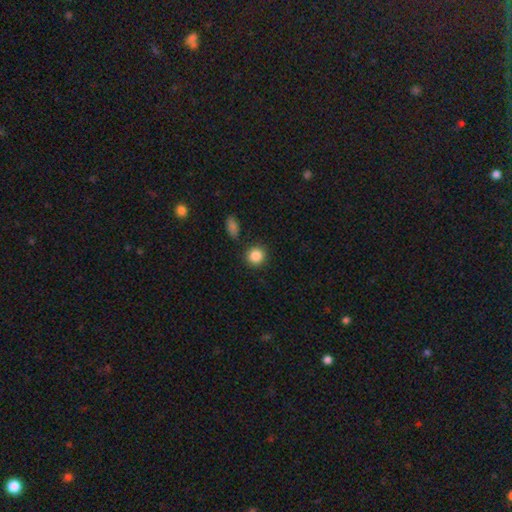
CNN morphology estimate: smooth_or_featured: smooth (p=0.87) [alt: star or artifact p=0.09]
how_rounded: round (p=0.90) [alt: in between p=0.09]
merging: none (p=0.86) [alt: minor disturbance p=0.08]